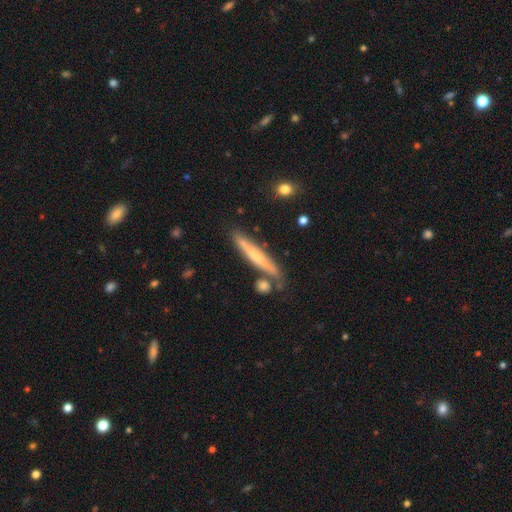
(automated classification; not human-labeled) This appears to be a featured or disk galaxy (47%, tied with smooth). Merging: none (76%).